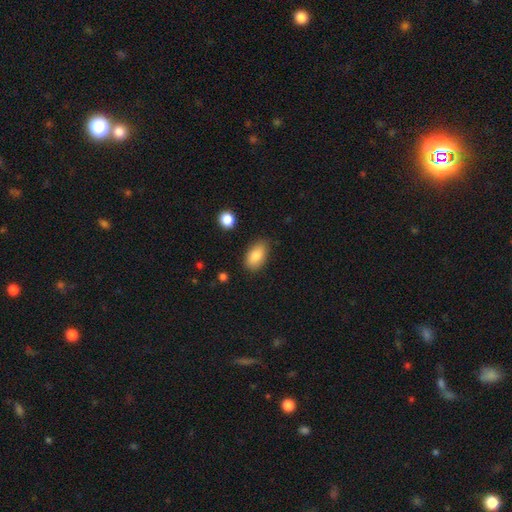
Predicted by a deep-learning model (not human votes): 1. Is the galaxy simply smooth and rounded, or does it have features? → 84% smooth, 9% featured or disk, 8% star or artifact.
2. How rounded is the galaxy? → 92% in between, 6% round, 2% cigar-shaped.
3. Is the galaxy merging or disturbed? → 80% none, 16% minor disturbance, 3% major disturbance, 2% merger.